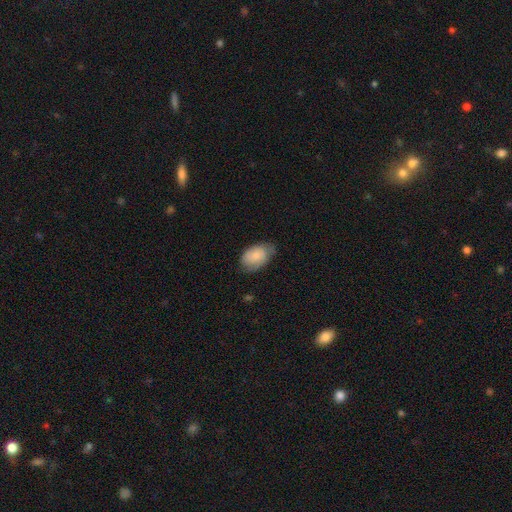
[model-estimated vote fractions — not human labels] A smooth galaxy with no disk features (74%) that is in between round and cigar-shaped (87%). Merging: none (59%).